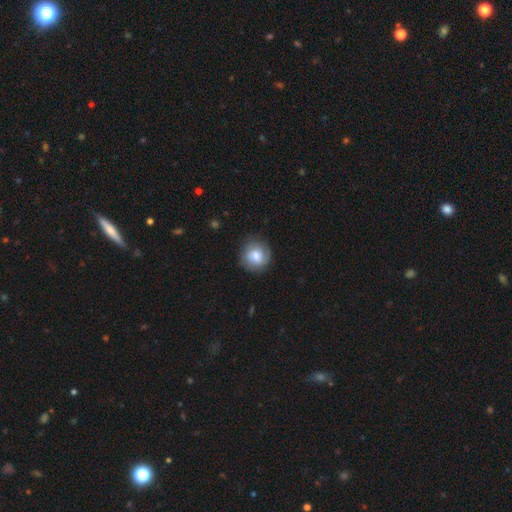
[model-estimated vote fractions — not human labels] This appears to be a smooth galaxy with no disk features (63%) that is round (89%). Merging: none (80%).